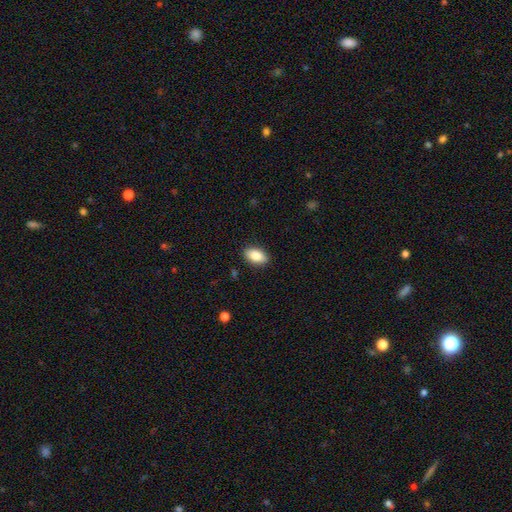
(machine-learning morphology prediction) Smooth or featured? Predicted: smooth (p=0.84). How rounded? Predicted: in between (p=0.91). Merging? Predicted: none (p=0.89).